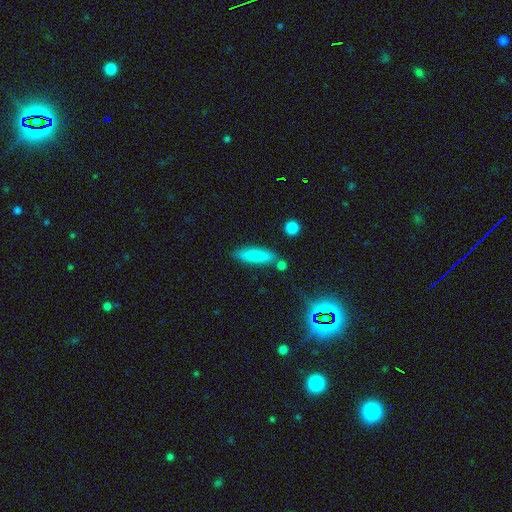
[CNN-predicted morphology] type=smooth (82%); roundness=cigar-shaped (63%); merging=none (79%).